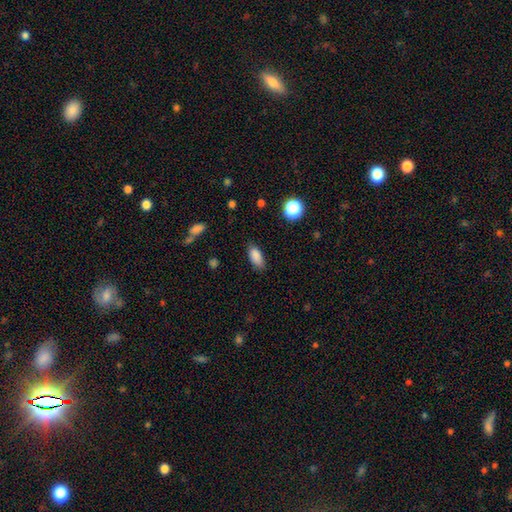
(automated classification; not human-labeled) smooth 87%, star or artifact 9%, featured or disk 4%. Down the decision tree: how rounded — in between (87%); merging — none (83%).